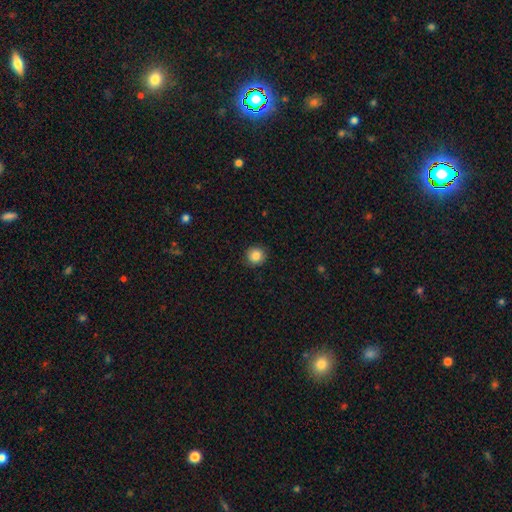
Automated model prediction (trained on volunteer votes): smooth_or_featured: smooth (p=0.86) [alt: star or artifact p=0.09]
how_rounded: round (p=0.92) [alt: in between p=0.07]
merging: none (p=0.90) [alt: minor disturbance p=0.07]